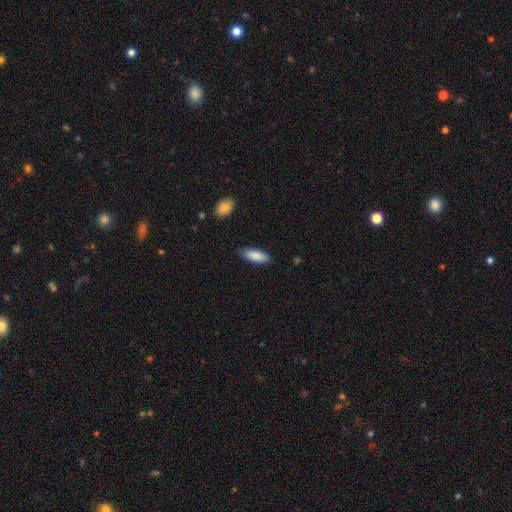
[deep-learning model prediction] Smooth or featured? Predicted: smooth (p=0.88). How rounded? Predicted: in between (p=0.72). Merging? Predicted: none (p=0.84).